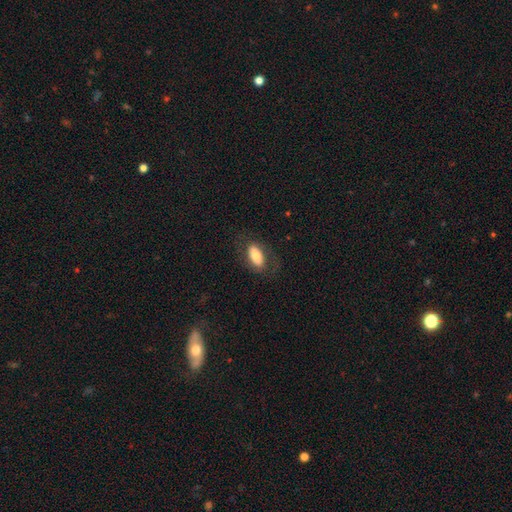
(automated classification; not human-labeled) smooth-or-featured: smooth: 72% | featured or disk: 21% | star or artifact: 7%
  how-rounded: in between: 91% | cigar-shaped: 5% | round: 4%
  merging: none: 73% | minor disturbance: 16% | major disturbance: 10% | merger: 1%